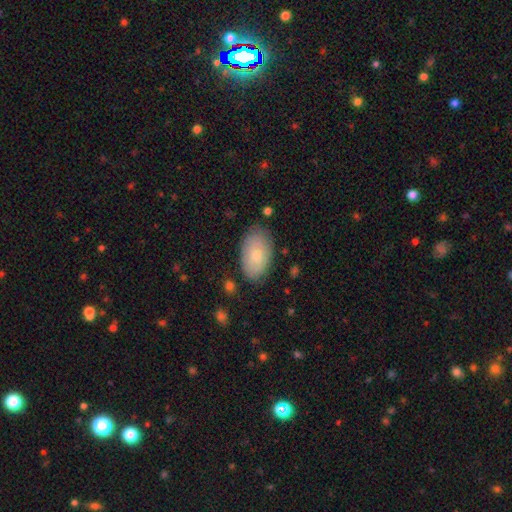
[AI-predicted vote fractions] The model was most divided on "smooth or featured": smooth: 76%, featured or disk: 18%, star or artifact: 6%. More confident: how rounded — in between (94%); merging — none (78%).